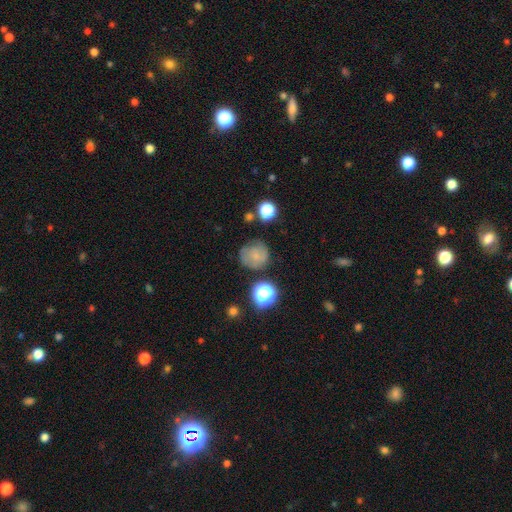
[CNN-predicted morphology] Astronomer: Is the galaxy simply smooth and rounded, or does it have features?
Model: smooth — 58%.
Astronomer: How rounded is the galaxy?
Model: round — 86%.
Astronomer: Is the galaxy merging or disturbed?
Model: none — 67%.